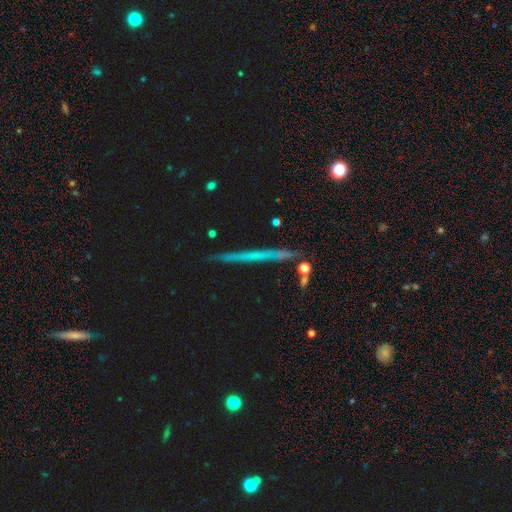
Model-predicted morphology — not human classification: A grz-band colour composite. It shows a featured or disk galaxy (50%). Merging: none (86%).